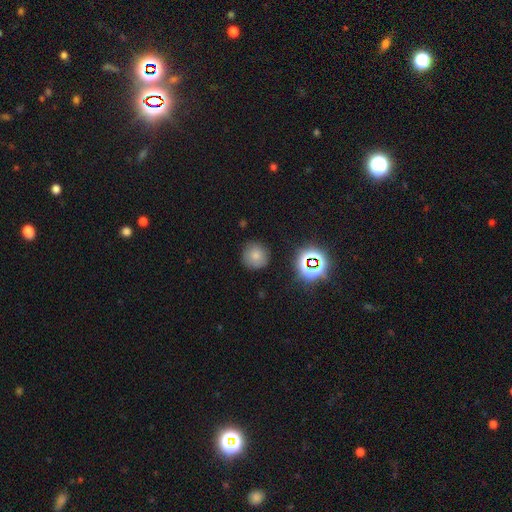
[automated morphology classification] Smooth or featured?
  - smooth: 73% *
  - star or artifact: 17%
  - featured or disk: 10%
How rounded?
  - round: 93% *
  - in between: 6%
  - cigar-shaped: 1%
Merging?
  - none: 84% *
  - minor disturbance: 11%
  - major disturbance: 3%
  - merger: 2%